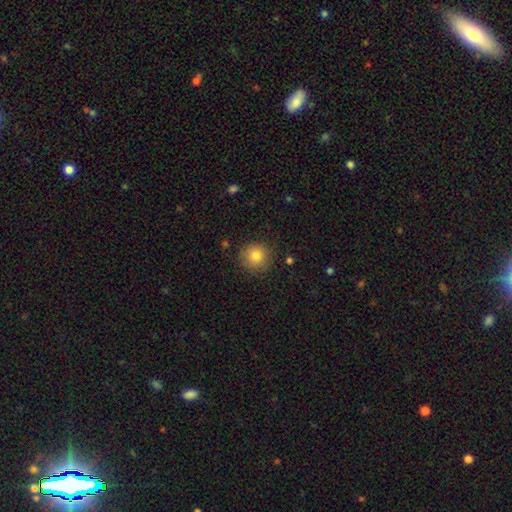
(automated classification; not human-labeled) Smooth or featured? Predicted: smooth (p=0.83). How rounded? Predicted: round (p=0.93). Merging? Predicted: none (p=0.86).